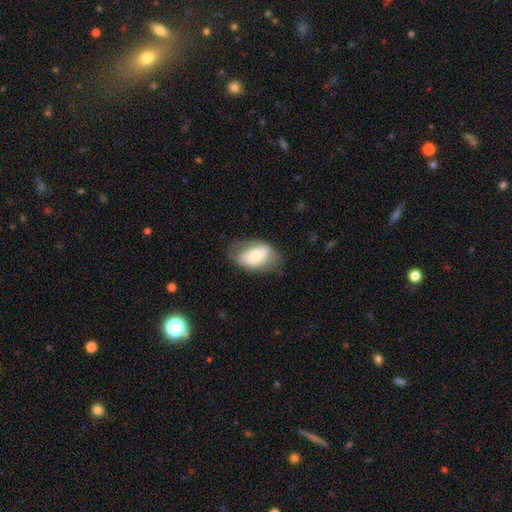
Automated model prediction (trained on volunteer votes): A smooth galaxy with no disk features (58%) that is in between round and cigar-shaped (89%). Merging: none (60%).